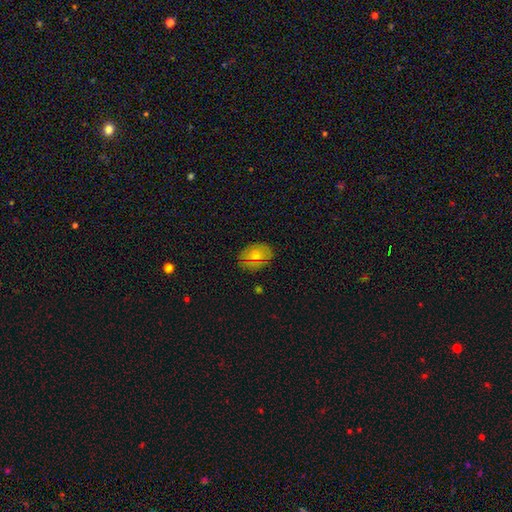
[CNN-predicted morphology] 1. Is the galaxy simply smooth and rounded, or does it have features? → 55% smooth, 31% featured or disk, 14% star or artifact.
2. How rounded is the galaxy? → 73% in between, 26% round, 1% cigar-shaped.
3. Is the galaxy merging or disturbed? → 80% none, 15% minor disturbance, 4% major disturbance, 1% merger.